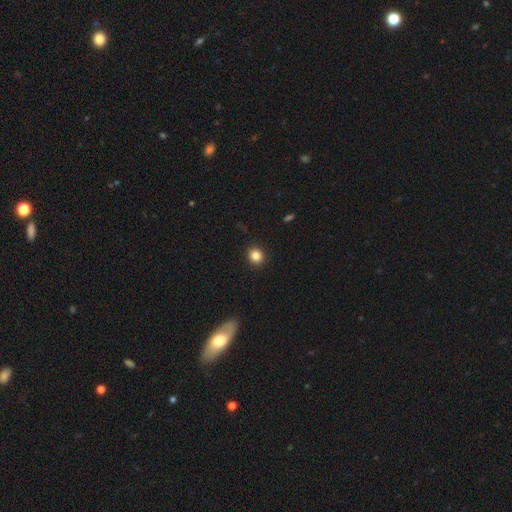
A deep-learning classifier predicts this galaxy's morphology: Overall: smooth (84%). How rounded: round (89%). Merging: none (92%).